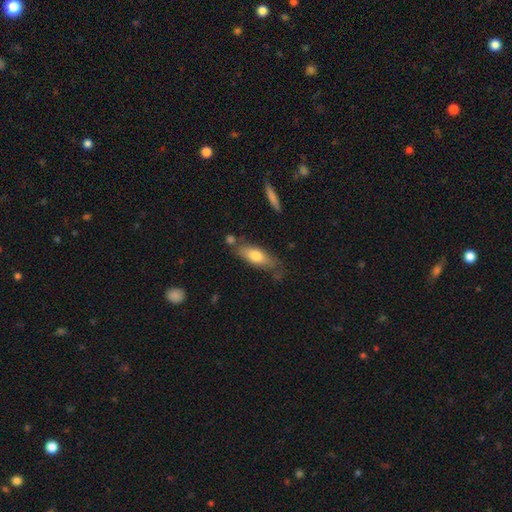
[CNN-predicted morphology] Smooth or featured? Predicted: smooth (p=0.70). How rounded? Predicted: in between (p=0.63). Merging? Predicted: none (p=0.63).